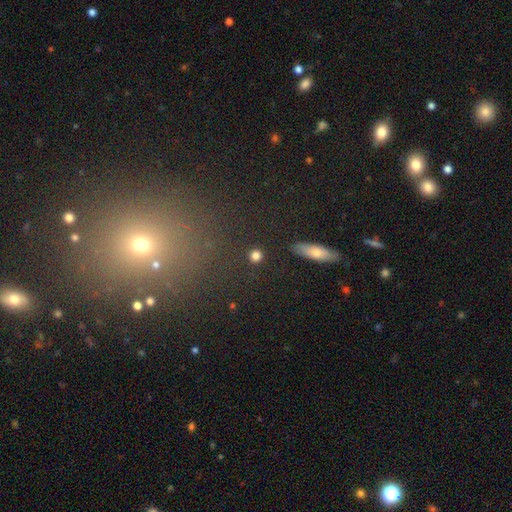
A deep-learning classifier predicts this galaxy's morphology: Q: Smooth or featured?
A: smooth (84%); runner-up: star or artifact (11%)
Q: How rounded?
A: round (91%); runner-up: in between (8%)
Q: Merging?
A: none (90%); runner-up: minor disturbance (6%)